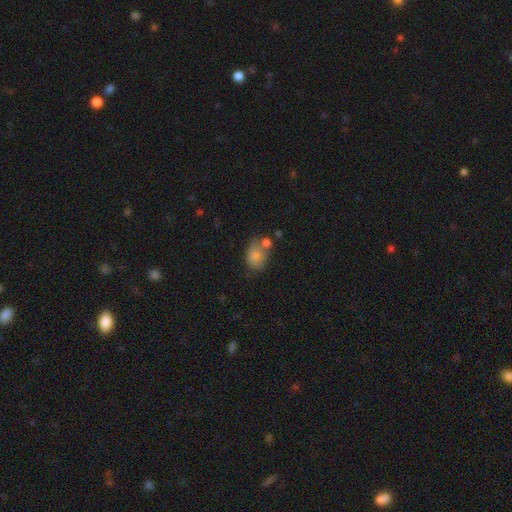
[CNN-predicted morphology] smooth 79%, featured or disk 11%, star or artifact 10%. Down the decision tree: how rounded — in between (65%); merging — none (43%).